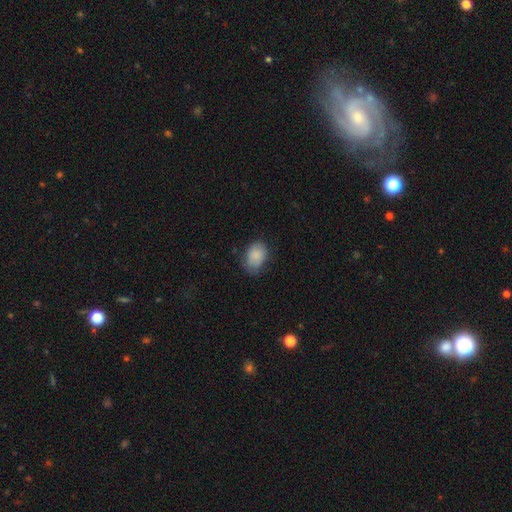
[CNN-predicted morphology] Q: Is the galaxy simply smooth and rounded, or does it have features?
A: smooth — 86%.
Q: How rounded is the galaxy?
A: in between — 77%.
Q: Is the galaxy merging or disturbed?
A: none — 68%.